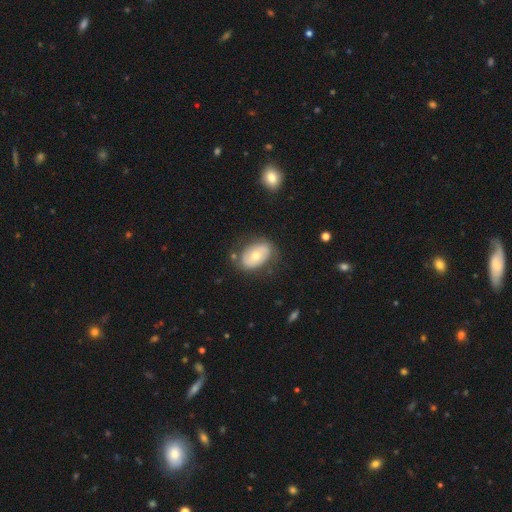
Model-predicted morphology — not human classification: Overall: smooth (53%; featured or disk 41%). How rounded: in between (83%). Merging: none (73%).